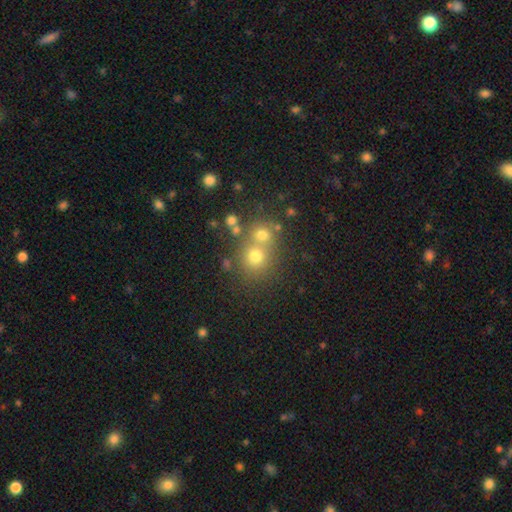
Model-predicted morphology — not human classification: Smooth or featured? smooth (69%)
How rounded? round (84%)
Merging? none (50%)